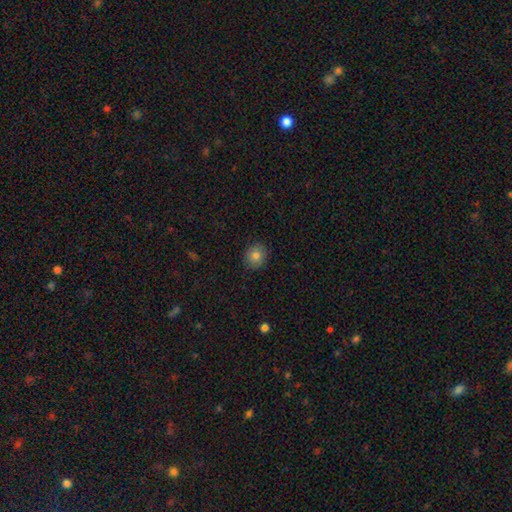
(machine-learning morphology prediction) Smooth or featured?
  - smooth: 81% *
  - star or artifact: 11%
  - featured or disk: 8%
How rounded?
  - round: 83% *
  - in between: 16%
  - cigar-shaped: 1%
Merging?
  - none: 89% *
  - minor disturbance: 8%
  - major disturbance: 2%
  - merger: 1%